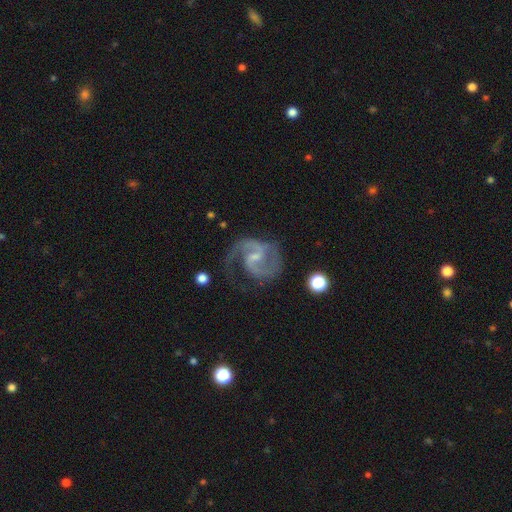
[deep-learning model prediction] This is clearly a featured or disk galaxy (92%). It is clearly not viewed edge-on (98%). Bar: possibly weak (56%). Spiral arm pattern: clearly yes (98%). Spiral arm count: clearly 2 (92%). Spiral winding: likely medium (63%). Central bulge: likely small (61%). Merging: likely none (71%).